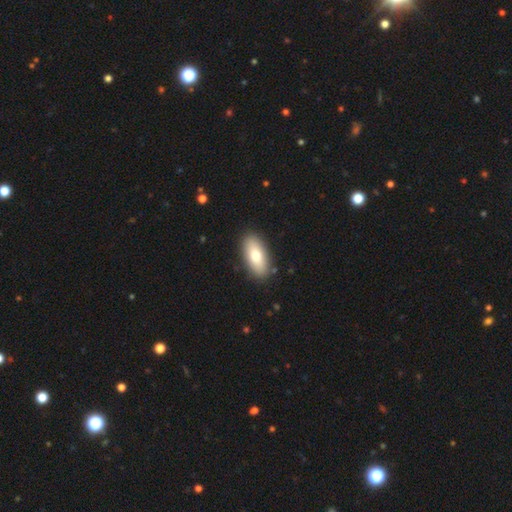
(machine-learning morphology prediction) Smooth or featured?
  - smooth: 76% *
  - featured or disk: 18%
  - star or artifact: 6%
How rounded?
  - in between: 87% *
  - cigar-shaped: 10%
  - round: 3%
Merging?
  - none: 88% *
  - minor disturbance: 9%
  - major disturbance: 2%
  - merger: 1%